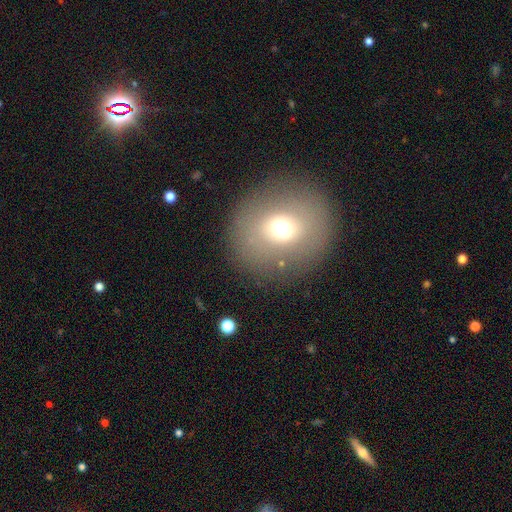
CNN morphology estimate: Overall: smooth (60%; featured or disk 23%). How rounded: round (79%). Merging: none (88%).